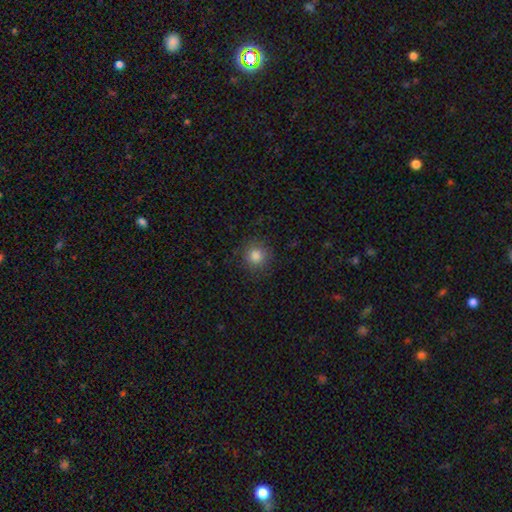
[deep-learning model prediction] smooth-or-featured: smooth: 83% | star or artifact: 11% | featured or disk: 5%
  how-rounded: round: 92% | in between: 7% | cigar-shaped: 1%
  merging: none: 86% | minor disturbance: 9% | major disturbance: 3% | merger: 1%